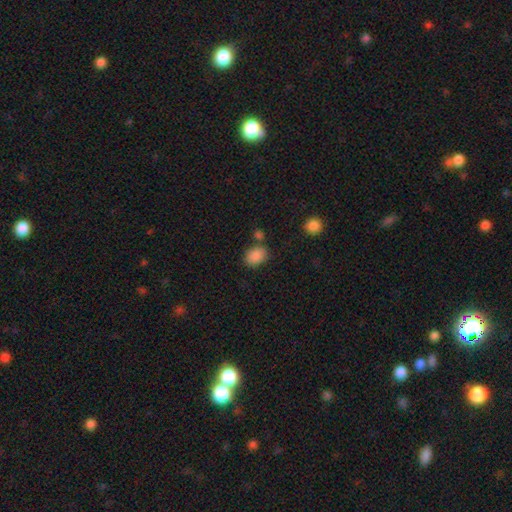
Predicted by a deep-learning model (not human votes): Q: Smooth or featured?
A: smooth (87%); runner-up: star or artifact (9%)
Q: How rounded?
A: in between (73%); runner-up: round (26%)
Q: Merging?
A: none (72%); runner-up: minor disturbance (14%)